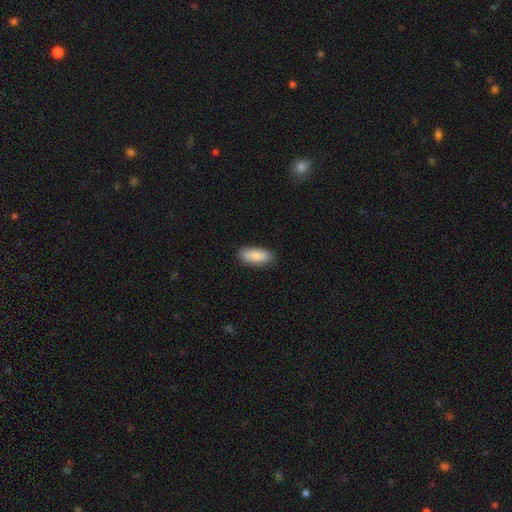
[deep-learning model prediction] Smooth or featured?
  - smooth: 85% *
  - featured or disk: 9%
  - star or artifact: 6%
How rounded?
  - in between: 83% *
  - cigar-shaped: 15%
  - round: 2%
Merging?
  - none: 87% *
  - minor disturbance: 10%
  - major disturbance: 2%
  - merger: 1%